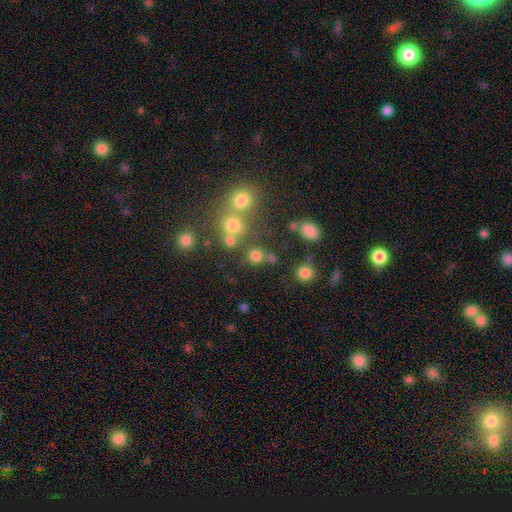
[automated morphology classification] This appears to be a smooth galaxy with no disk features (76%) that is round (88%). Merging: none (67%).